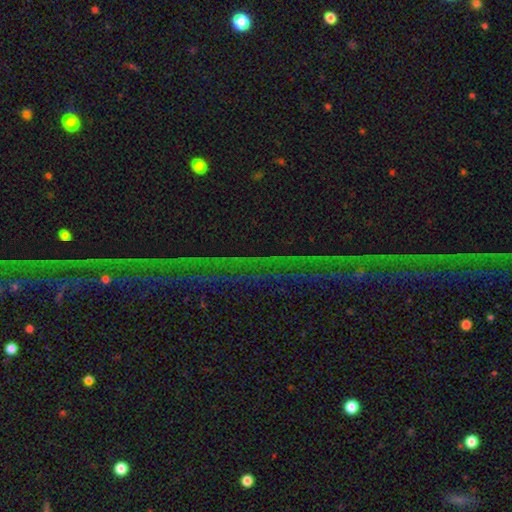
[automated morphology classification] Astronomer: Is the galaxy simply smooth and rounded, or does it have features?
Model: star or artifact — 78%.